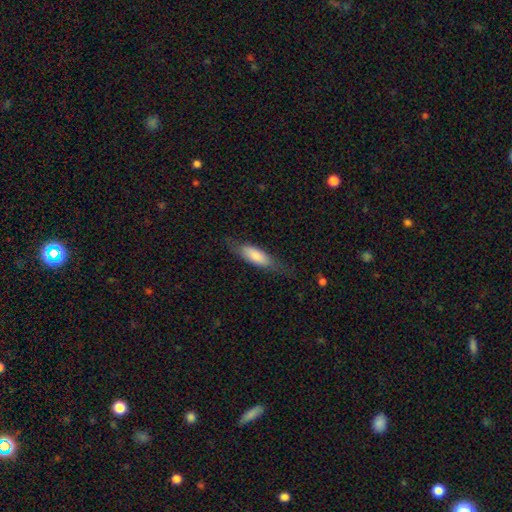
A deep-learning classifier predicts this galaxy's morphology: The model was most divided on "how rounded": in between: 61%, cigar-shaped: 37%, round: 2%. More confident: smooth or featured — smooth (73%); merging — none (68%).